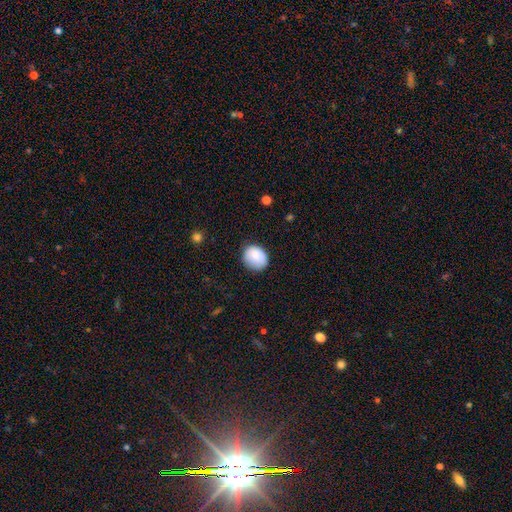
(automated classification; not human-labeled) Q: Smooth or featured?
A: smooth (86%); runner-up: star or artifact (7%)
Q: How rounded?
A: round (63%); runner-up: in between (36%)
Q: Merging?
A: none (77%); runner-up: minor disturbance (18%)